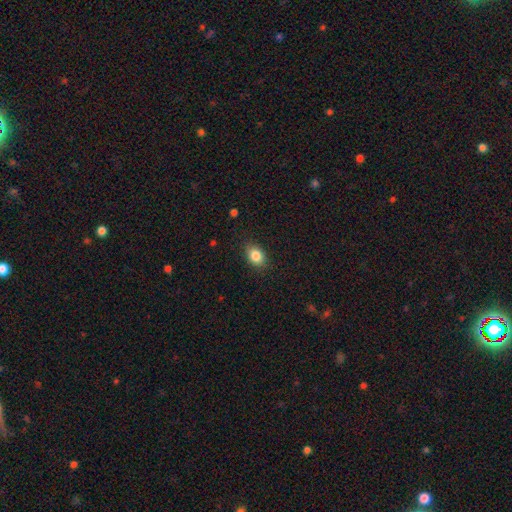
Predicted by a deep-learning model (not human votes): This appears to be a smooth galaxy with no disk features (85%) that is in between round and cigar-shaped (74%). Merging: none (86%).